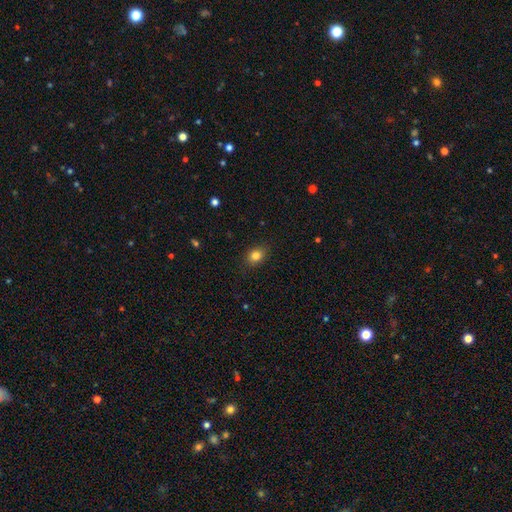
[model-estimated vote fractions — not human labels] Morphology: type=smooth (83%); roundness=in between (61%); merging=none (87%).